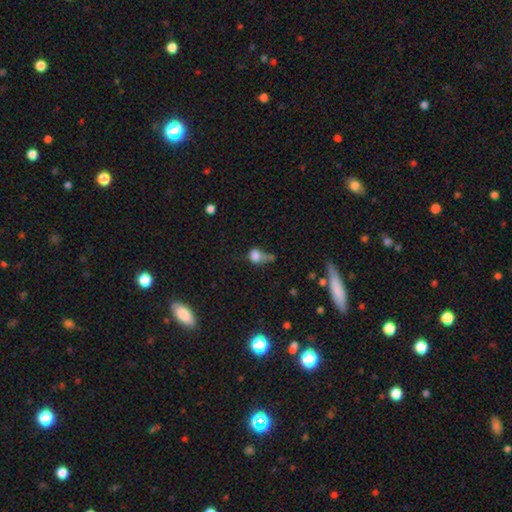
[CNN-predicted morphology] smooth 73%, star or artifact 14%, featured or disk 14%. Down the decision tree: how rounded — round (51%); merging — none (28%).